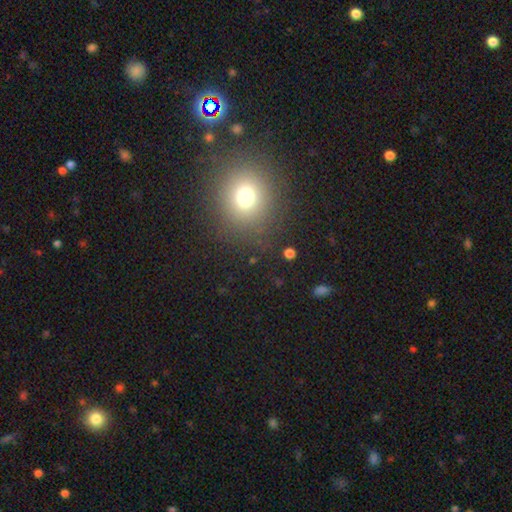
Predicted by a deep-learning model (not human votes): Smooth or featured? Predicted: smooth (p=0.60). How rounded? Predicted: round (p=0.83). Merging? Predicted: none (p=0.89).